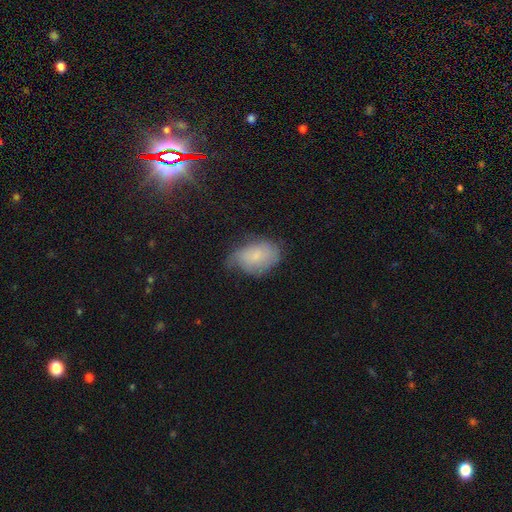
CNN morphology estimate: Smooth or featured: smooth — 61% (featured or disk — 29%)
How rounded: in between — 87% (round — 12%)
Merging: none — 42% (minor disturbance — 39%)